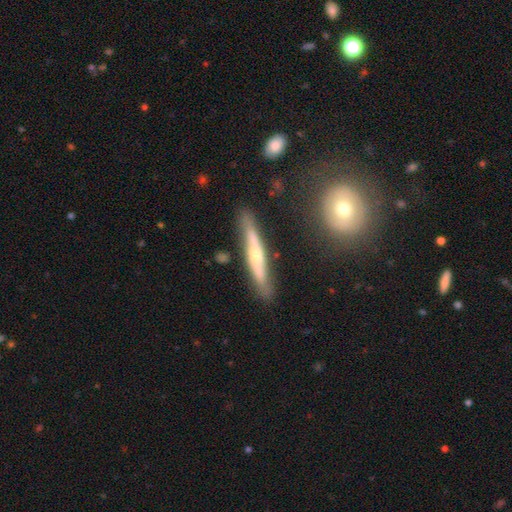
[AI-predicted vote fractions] This appears to be a featured or disk galaxy (64%) viewed edge-on (85%) with a rounded central bulge (77%). Merging: none (79%).